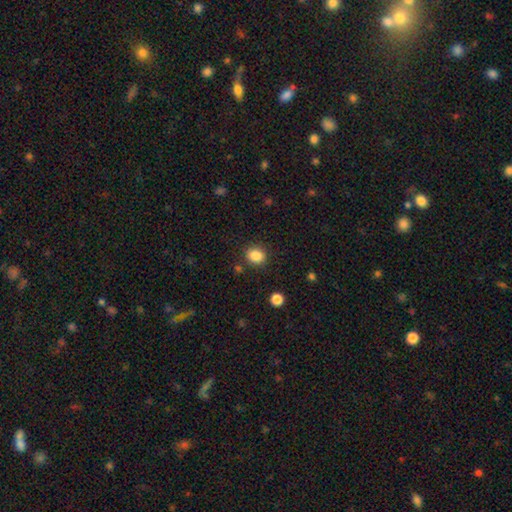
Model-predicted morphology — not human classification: Smooth or featured? smooth (86%)
How rounded? round (62%)
Merging? none (85%)